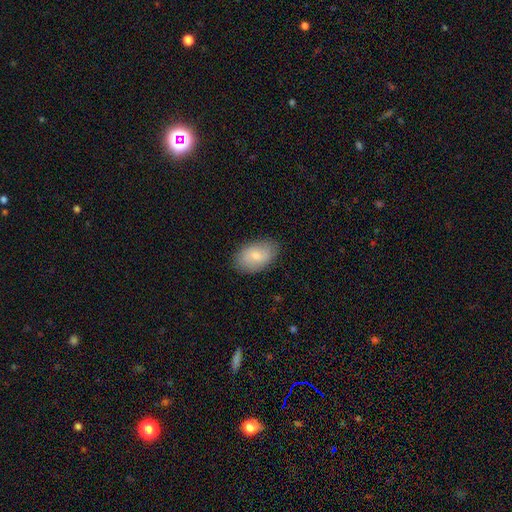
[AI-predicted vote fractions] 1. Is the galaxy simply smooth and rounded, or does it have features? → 70% smooth, 23% featured or disk, 7% star or artifact.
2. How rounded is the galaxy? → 89% in between, 9% round, 1% cigar-shaped.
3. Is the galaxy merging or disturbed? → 84% none, 12% minor disturbance, 3% major disturbance, 1% merger.